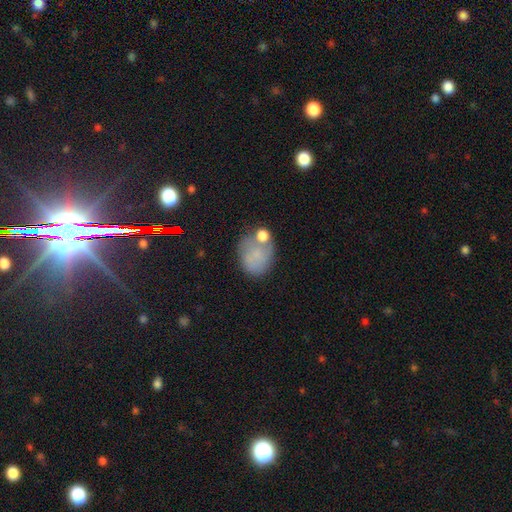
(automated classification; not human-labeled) This appears to be a smooth galaxy with no disk features (63%) that is round (50%). Merging: none (46%).